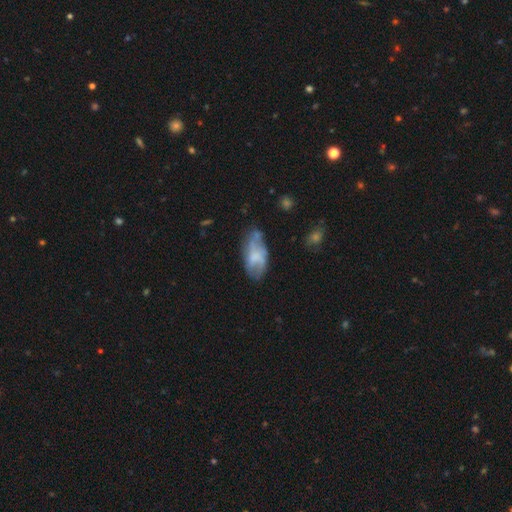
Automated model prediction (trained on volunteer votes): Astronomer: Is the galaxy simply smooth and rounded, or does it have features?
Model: featured or disk — 47% (runner-up: smooth, 45%).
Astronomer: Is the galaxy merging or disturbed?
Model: none — 48% (runner-up: minor disturbance, 31%).